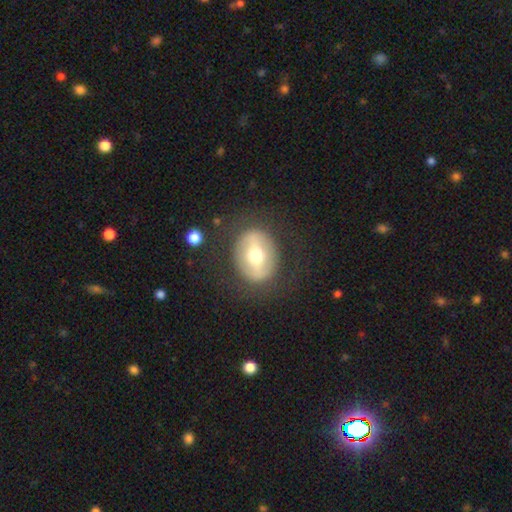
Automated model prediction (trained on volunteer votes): smooth_or_featured: featured or disk (p=0.54) [alt: smooth p=0.39]
disk_edge_on: no (p=0.90) [alt: yes p=0.10]
merging: none (p=0.80) [alt: minor disturbance p=0.11]